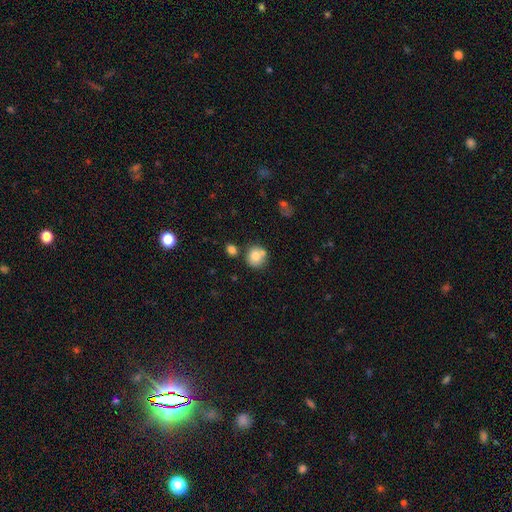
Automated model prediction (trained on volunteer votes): This is likely a smooth galaxy (77%). How rounded: clearly round (87%). Merging: likely none (63%).